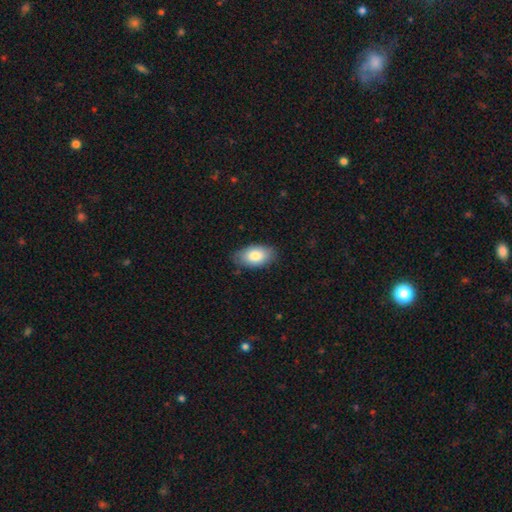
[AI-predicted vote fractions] Overall: smooth (83%). How rounded: in between (93%). Merging: none (81%).